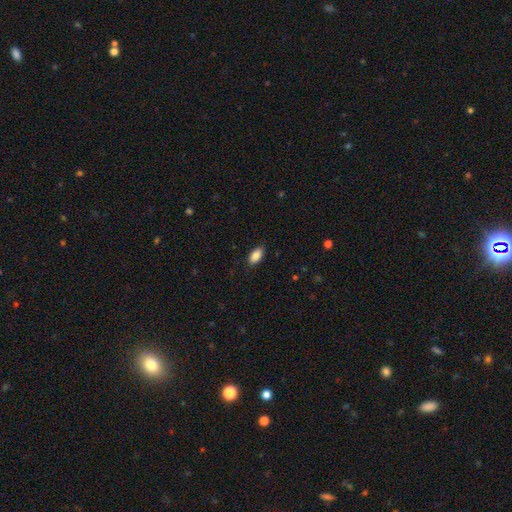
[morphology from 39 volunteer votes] smooth-or-featured: smooth: 90% | star or artifact: 10% | featured or disk: 0%
  how-rounded: in between: 91% | round: 6% | cigar-shaped: 3%
  merging: none: 94% | minor disturbance: 6% | major disturbance: 0% | merger: 0%